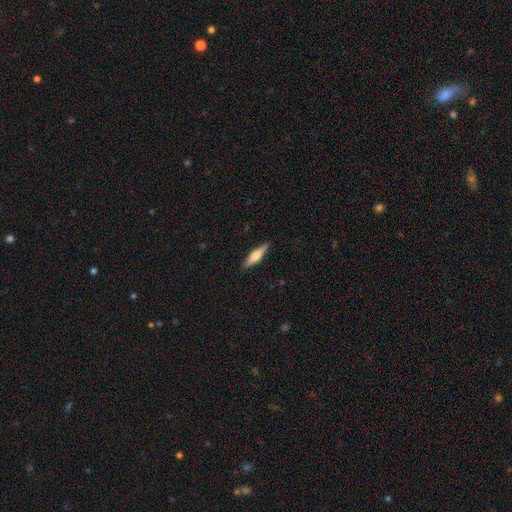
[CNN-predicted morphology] This appears to be a featured or disk galaxy (53%) viewed edge-on (96%) with a rounded central bulge (87%). Merging: none (89%).